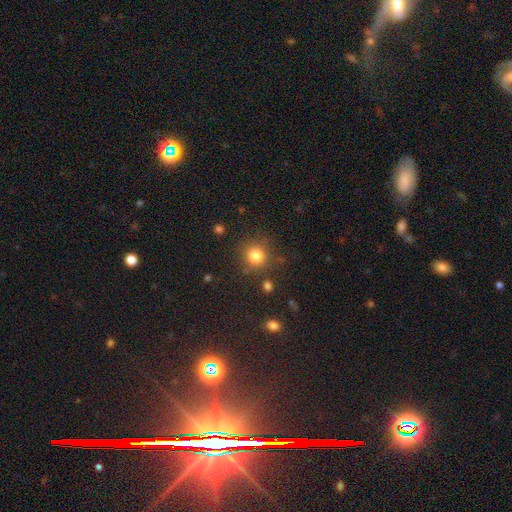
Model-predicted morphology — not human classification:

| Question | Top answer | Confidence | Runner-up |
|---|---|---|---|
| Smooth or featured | smooth | 81% | star or artifact (13%) |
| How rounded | round | 90% | in between (9%) |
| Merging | none | 81% | minor disturbance (10%) |